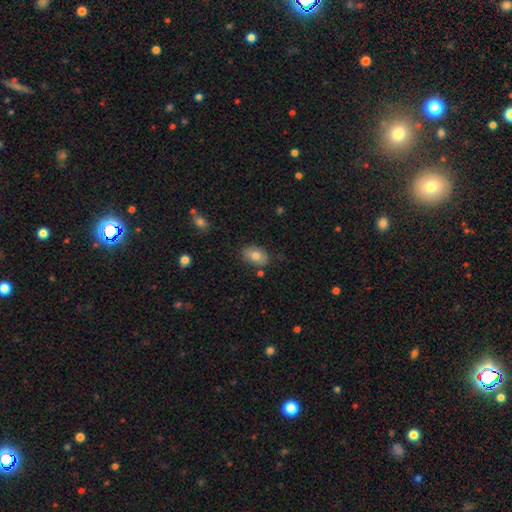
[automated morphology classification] Q: Smooth or featured?
A: smooth (77%); runner-up: featured or disk (15%)
Q: How rounded?
A: in between (87%); runner-up: round (12%)
Q: Merging?
A: none (81%); runner-up: minor disturbance (13%)